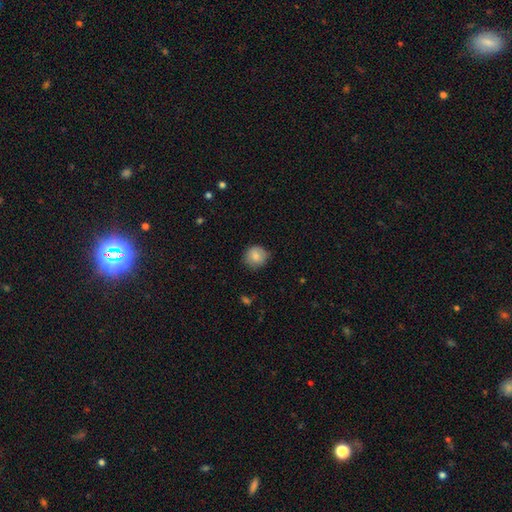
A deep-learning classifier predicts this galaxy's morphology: type=smooth (83%); roundness=round (88%); merging=none (80%).